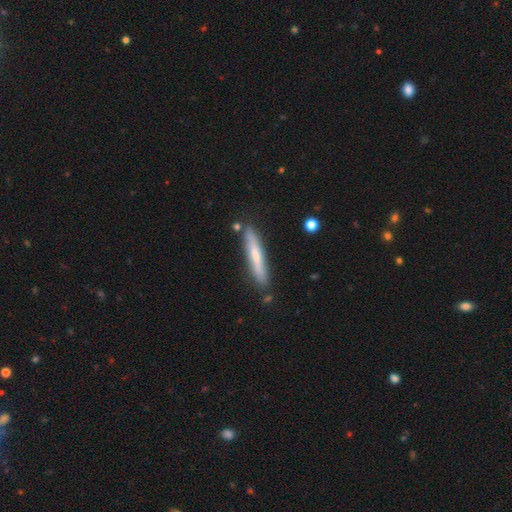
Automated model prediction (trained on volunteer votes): A smooth galaxy with no disk features (60%) that is cigar-shaped (93%). Merging: none (82%).